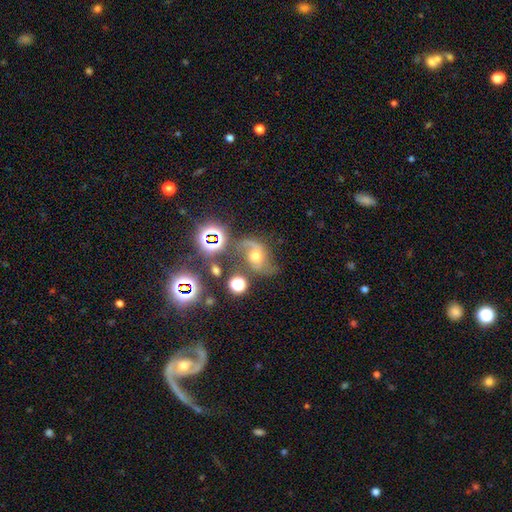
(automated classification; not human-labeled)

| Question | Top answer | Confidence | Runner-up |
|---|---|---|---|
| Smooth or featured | featured or disk | 63% | star or artifact (19%) |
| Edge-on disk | no | 96% | yes (4%) |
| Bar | no | 56% | weak (31%) |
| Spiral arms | yes | 88% | no (12%) |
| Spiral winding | loose | 62% | medium (30%) |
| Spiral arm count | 2 | 79% | 1 (13%) |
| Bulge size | moderate | 66% | small (17%) |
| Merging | none | 50% | minor disturbance (22%) |